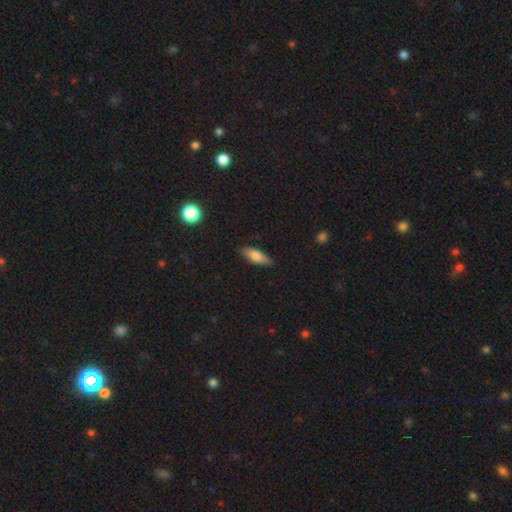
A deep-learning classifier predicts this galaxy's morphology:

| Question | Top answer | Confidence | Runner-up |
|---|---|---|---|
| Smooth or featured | smooth | 77% | featured or disk (16%) |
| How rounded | in between | 67% | cigar-shaped (30%) |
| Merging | none | 82% | minor disturbance (15%) |